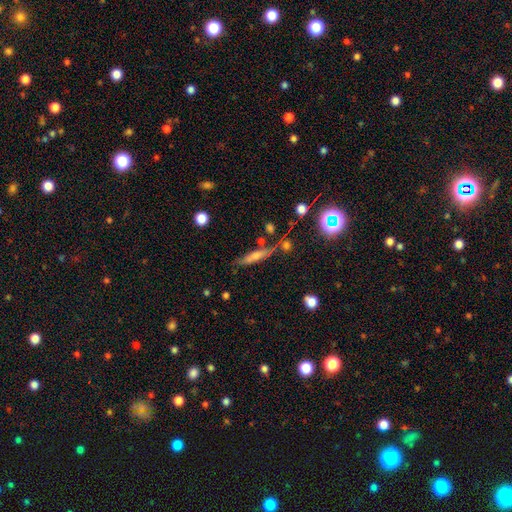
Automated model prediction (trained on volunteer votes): Q: Smooth or featured?
A: smooth (44%); runner-up: featured or disk (42%)
Q: Merging?
A: none (73%); runner-up: minor disturbance (15%)